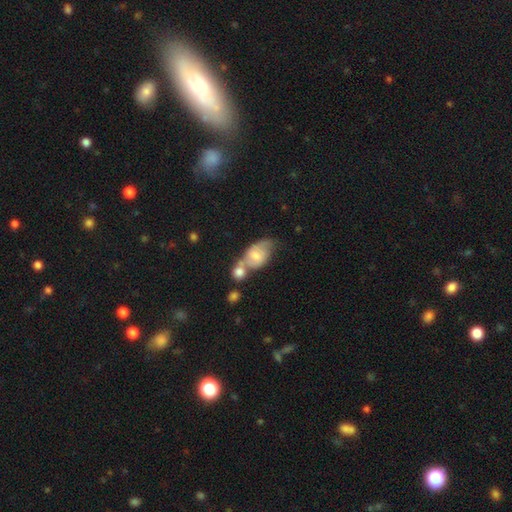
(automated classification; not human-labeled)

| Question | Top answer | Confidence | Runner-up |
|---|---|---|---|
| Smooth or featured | smooth | 54% | featured or disk (38%) |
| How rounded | in between | 85% | round (12%) |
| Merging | merger | 53% | none (23%) |